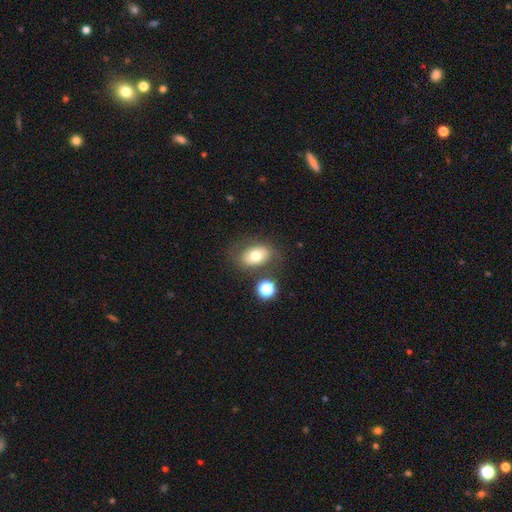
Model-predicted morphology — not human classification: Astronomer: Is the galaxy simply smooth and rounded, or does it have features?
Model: smooth — 66%.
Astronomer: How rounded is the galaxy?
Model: in between — 80%.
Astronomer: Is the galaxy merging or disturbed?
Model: none — 70%.